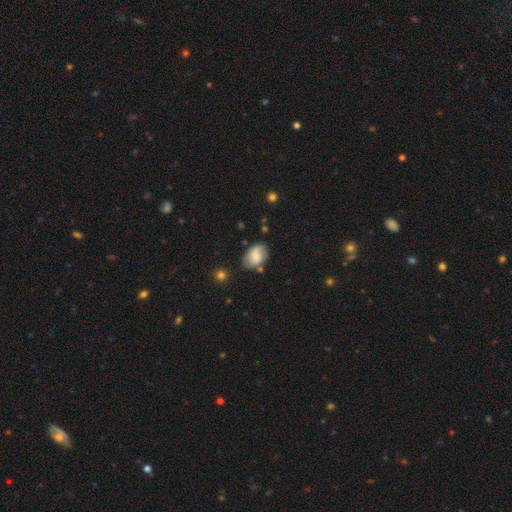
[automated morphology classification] Overall: smooth (57%; featured or disk 34%). How rounded: in between (84%). Merging: none (69%).